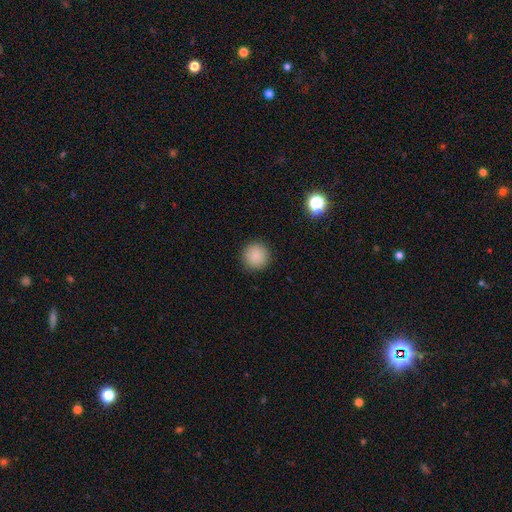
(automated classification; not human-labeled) This appears to be a smooth galaxy with no disk features (87%) that is round (96%). Merging: none (92%).